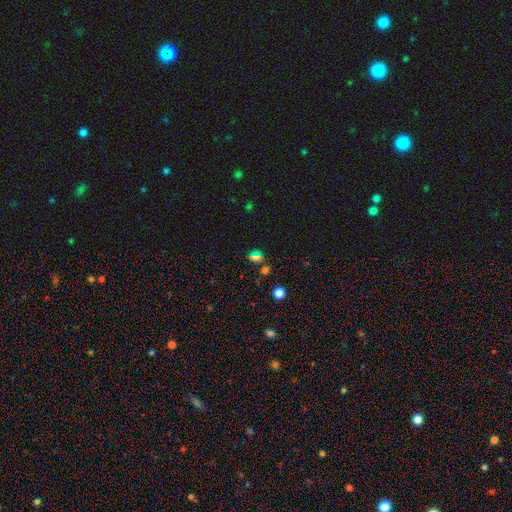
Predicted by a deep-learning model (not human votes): Smooth or featured?
  - smooth: 60% *
  - star or artifact: 29%
  - featured or disk: 11%
How rounded?
  - in between: 65% *
  - round: 30%
  - cigar-shaped: 5%
Merging?
  - none: 70% *
  - merger: 13%
  - minor disturbance: 12%
  - major disturbance: 5%